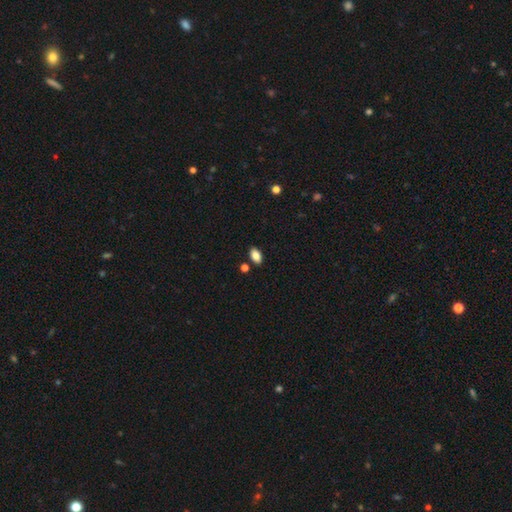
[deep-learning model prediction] Morphology: type=smooth (84%); roundness=in between (91%); merging=none (85%).